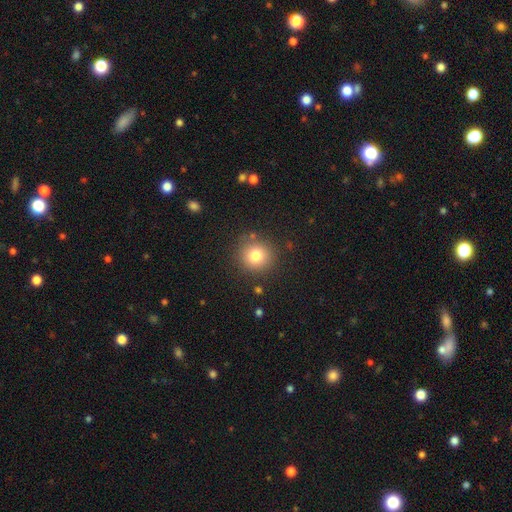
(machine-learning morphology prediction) smooth_or_featured: smooth (p=0.78) [alt: star or artifact p=0.12]
how_rounded: round (p=0.89) [alt: in between p=0.10]
merging: none (p=0.85) [alt: minor disturbance p=0.09]